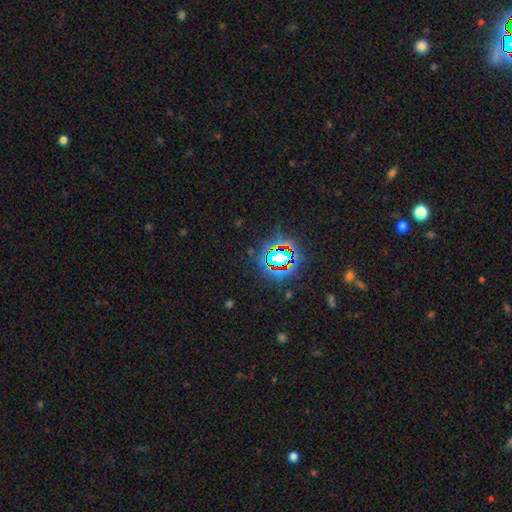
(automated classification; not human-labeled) Smooth or featured? Predicted: star or artifact (p=0.79).